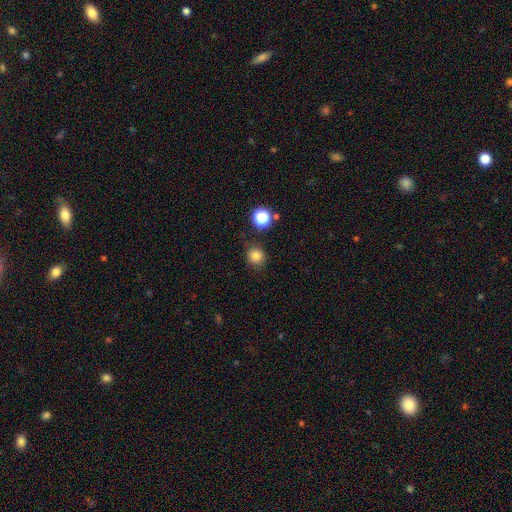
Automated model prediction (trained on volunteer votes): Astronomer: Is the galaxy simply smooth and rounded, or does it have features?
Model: smooth — 80%.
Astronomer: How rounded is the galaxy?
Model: round — 91%.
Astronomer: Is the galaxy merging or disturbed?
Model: none — 86%.